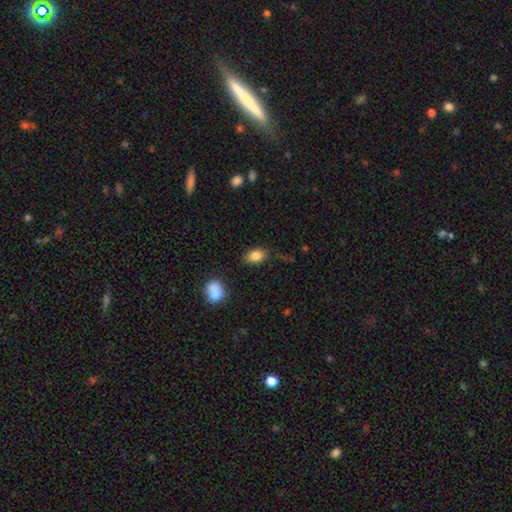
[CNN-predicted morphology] This appears to be a smooth galaxy with no disk features (85%) that is in between round and cigar-shaped (81%). Merging: none (81%).